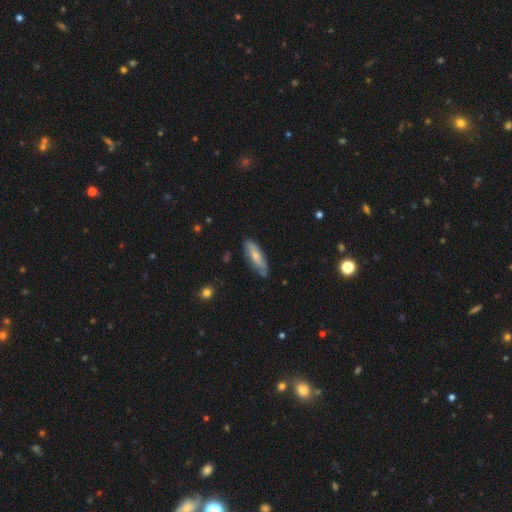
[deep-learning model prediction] smooth-or-featured: smooth: 67% | featured or disk: 28% | star or artifact: 6%
  how-rounded: in between: 50% | cigar-shaped: 48% | round: 2%
  merging: none: 75% | minor disturbance: 20% | major disturbance: 4% | merger: 2%